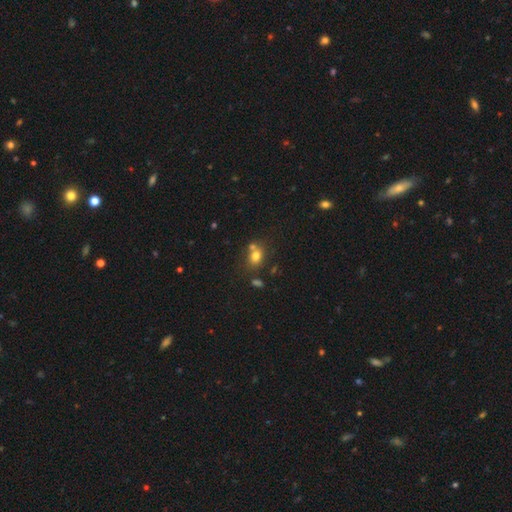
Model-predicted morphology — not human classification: This appears to be a smooth galaxy with no disk features (74%) that is in between round and cigar-shaped (51%). Merging: none (52%).